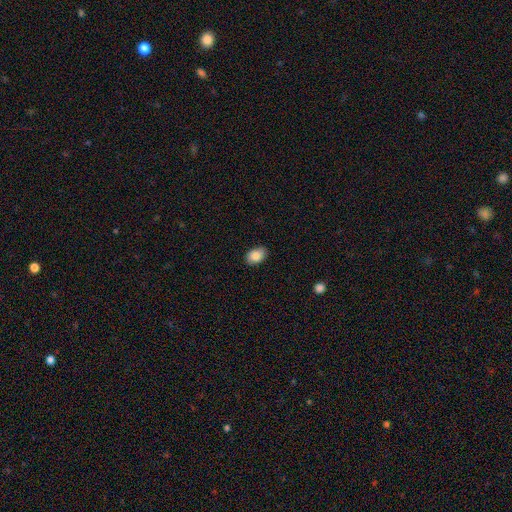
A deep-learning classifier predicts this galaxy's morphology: Smooth or featured? Predicted: smooth (p=0.87). How rounded? Predicted: in between (p=0.84). Merging? Predicted: none (p=0.85).